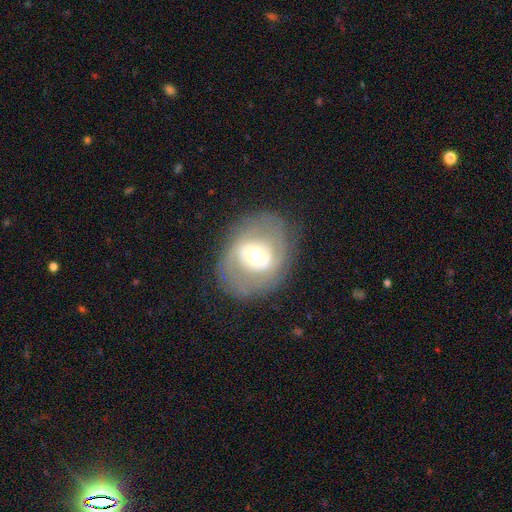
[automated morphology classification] A featured or disk galaxy (67%) with a weak bar (41%), spiral arms (58%) and a moderate central bulge (65%).

Vote fractions:
- Smooth or featured? featured or disk: 67% / smooth: 26% / star or artifact: 7%
- Edge-on disk? no: 95% / yes: 5%
- Bar? weak: 41% / no: 37% / strong: 23%
- Spiral arms? yes: 58% / no: 42%
- Bulge size? moderate: 65% / small: 18% / large: 15% / dominant: 2% / none: 1%
- Merging? none: 75% / minor disturbance: 15% / major disturbance: 9% / merger: 1%